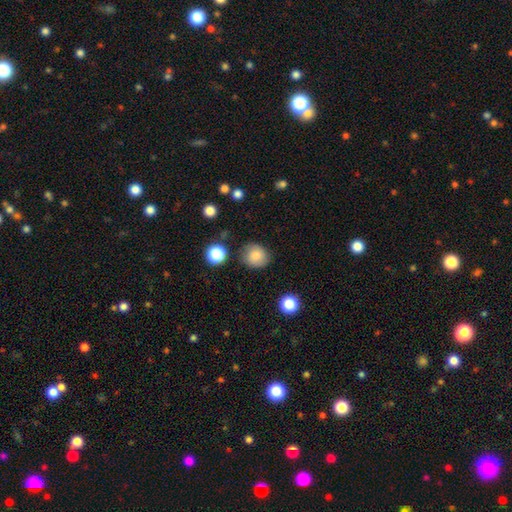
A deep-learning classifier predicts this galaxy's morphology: smooth_or_featured: smooth (p=0.84) [alt: star or artifact p=0.10]
how_rounded: round (p=0.80) [alt: in between p=0.19]
merging: none (p=0.81) [alt: minor disturbance p=0.13]